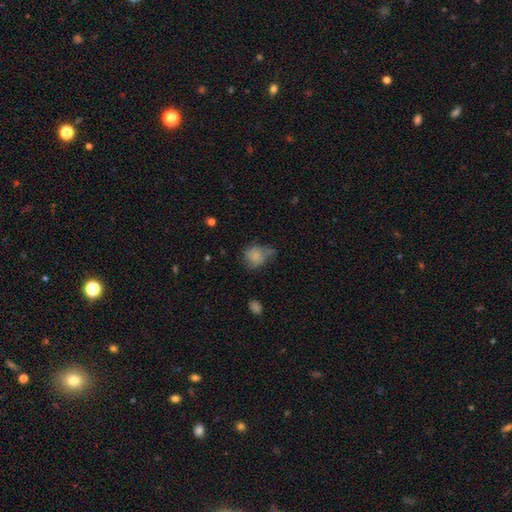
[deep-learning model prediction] Morphology: type=smooth (74%); roundness=round (57%); merging=none (39%).